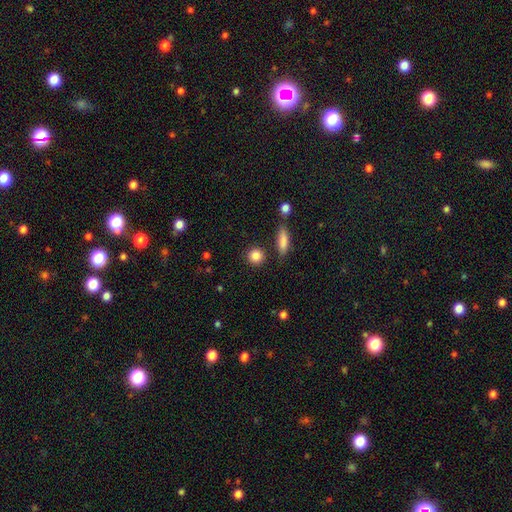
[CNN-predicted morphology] smooth 86%, star or artifact 9%, featured or disk 6%. Down the decision tree: how rounded — round (86%); merging — none (86%).